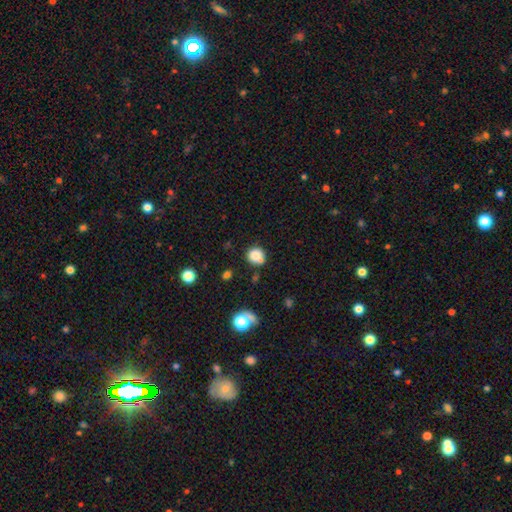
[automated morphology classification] Smooth or featured? Predicted: smooth (p=0.81). How rounded? Predicted: round (p=0.86). Merging? Predicted: none (p=0.63).